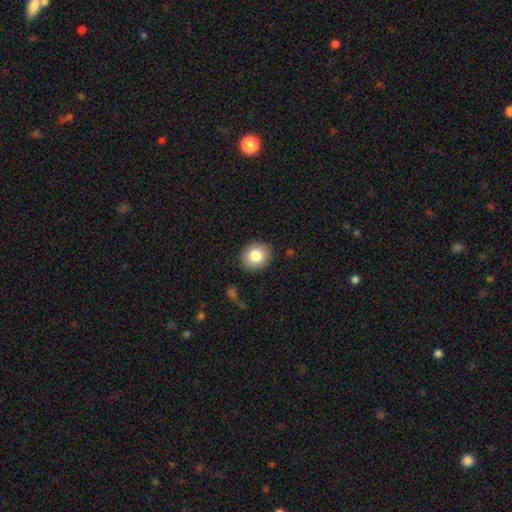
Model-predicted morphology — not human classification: Smooth or featured?
  - smooth: 82% *
  - featured or disk: 9%
  - star or artifact: 9%
How rounded?
  - round: 73% *
  - in between: 26%
  - cigar-shaped: 1%
Merging?
  - none: 88% *
  - minor disturbance: 8%
  - major disturbance: 2%
  - merger: 1%